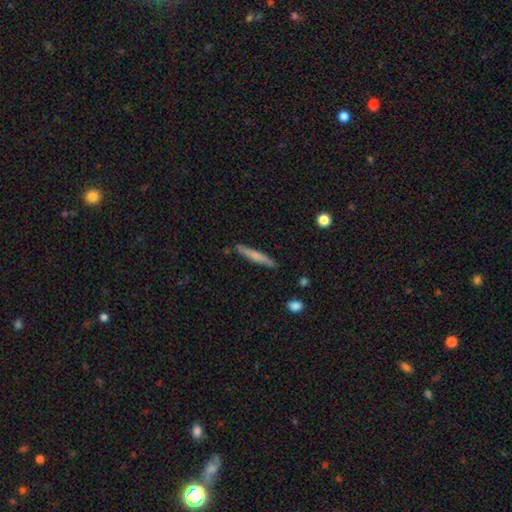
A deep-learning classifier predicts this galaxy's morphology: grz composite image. It shows a smooth galaxy with no disk features (62%) that is cigar-shaped (94%). Merging: none (86%).